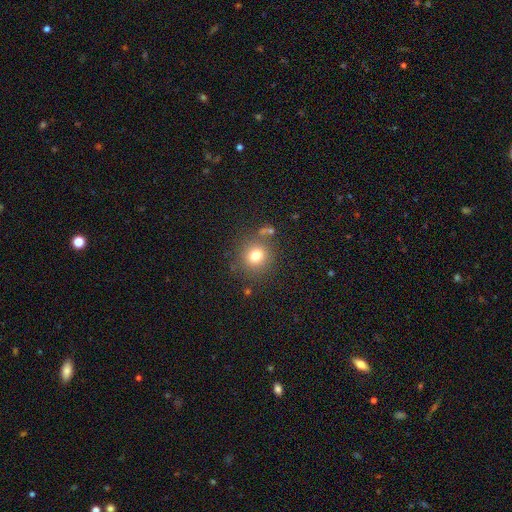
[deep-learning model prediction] Morphology: type=smooth (77%); roundness=round (88%); merging=none (78%).